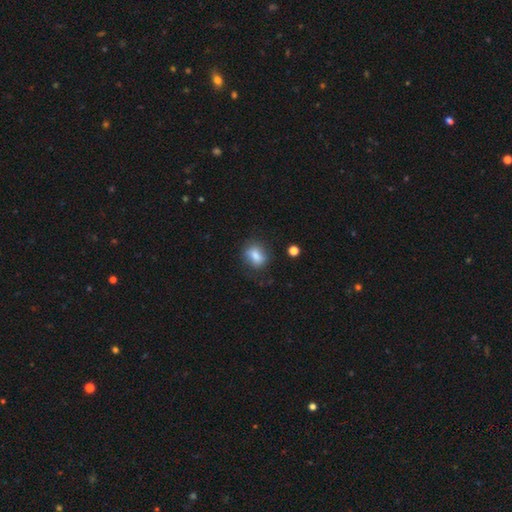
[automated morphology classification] smooth_or_featured: smooth (p=0.77) [alt: featured or disk p=0.13]
how_rounded: in between (p=0.58) [alt: round p=0.39]
merging: none (p=0.71) [alt: minor disturbance p=0.19]